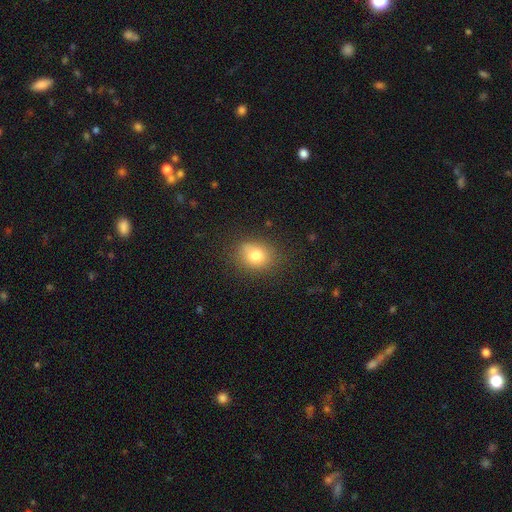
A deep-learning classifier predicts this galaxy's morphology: Smooth or featured? smooth (78%)
How rounded? round (53%)
Merging? none (79%)